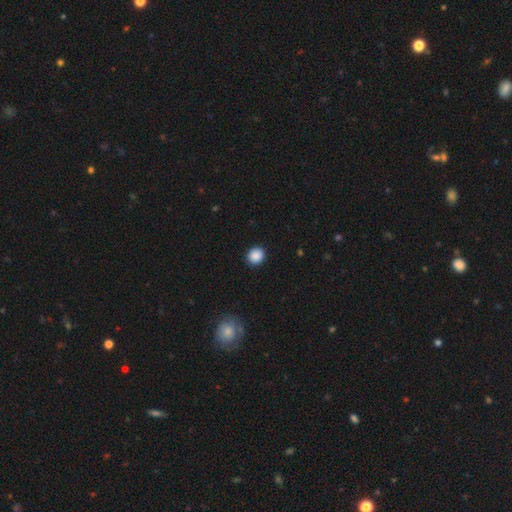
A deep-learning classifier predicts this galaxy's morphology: Q: Smooth or featured?
A: smooth (87%); runner-up: star or artifact (9%)
Q: How rounded?
A: round (85%); runner-up: in between (14%)
Q: Merging?
A: none (91%); runner-up: minor disturbance (6%)